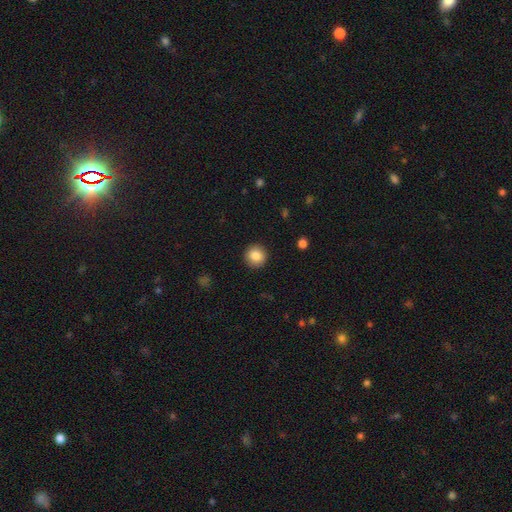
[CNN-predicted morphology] Q: Smooth or featured?
A: smooth (86%); runner-up: star or artifact (9%)
Q: How rounded?
A: round (94%); runner-up: in between (5%)
Q: Merging?
A: none (92%); runner-up: minor disturbance (5%)